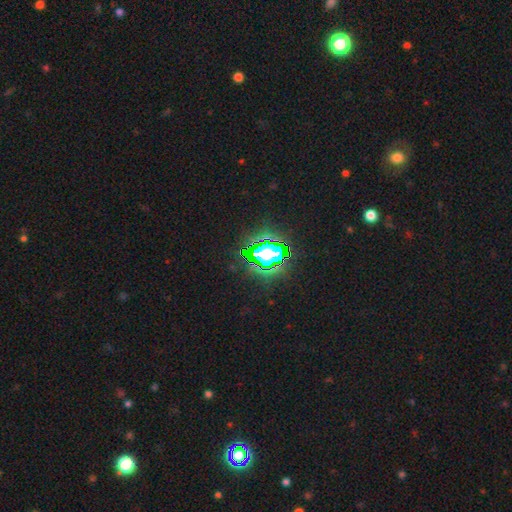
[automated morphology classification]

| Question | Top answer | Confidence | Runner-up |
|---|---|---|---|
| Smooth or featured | star or artifact | 82% | smooth (11%) |